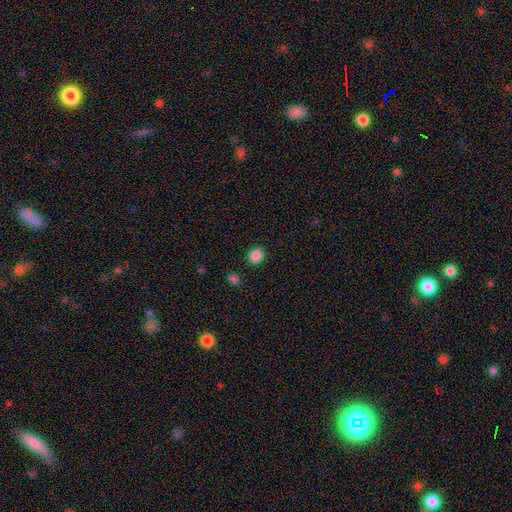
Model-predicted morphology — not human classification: A smooth galaxy with no disk features (87%) that is round (60%).

Vote fractions:
- Smooth or featured? smooth: 87% / star or artifact: 10% / featured or disk: 3%
- How rounded? round: 60% / in between: 39% / cigar-shaped: 1%
- Merging? none: 88% / minor disturbance: 7% / major disturbance: 2% / merger: 2%